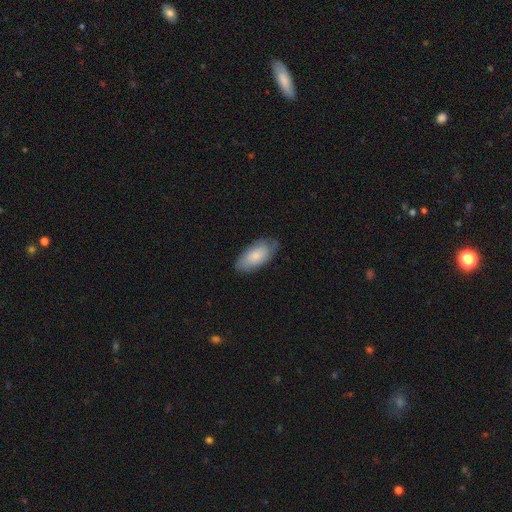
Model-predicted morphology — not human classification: Smooth or featured: smooth — 71% (featured or disk — 23%)
How rounded: in between — 92% (cigar-shaped — 6%)
Merging: none — 70% (minor disturbance — 23%)